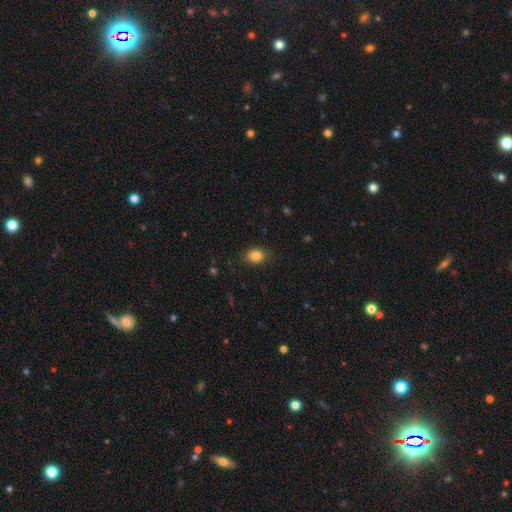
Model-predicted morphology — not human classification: Smooth or featured?
  - smooth: 85% *
  - star or artifact: 10%
  - featured or disk: 6%
How rounded?
  - in between: 60% *
  - round: 39%
  - cigar-shaped: 1%
Merging?
  - none: 87% *
  - minor disturbance: 9%
  - major disturbance: 3%
  - merger: 1%